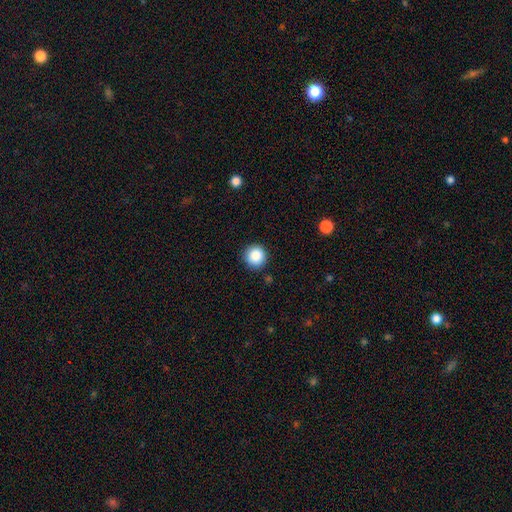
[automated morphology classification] A smooth galaxy with no disk features (88%) that is round (95%). Merging: none (90%).